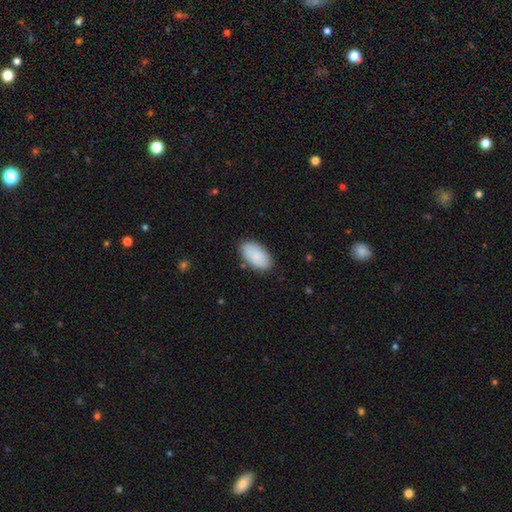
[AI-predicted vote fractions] The model was most divided on "merging": none: 84%, minor disturbance: 12%, major disturbance: 3%, merger: 2%. More confident: how rounded — in between (95%); smooth or featured — smooth (87%).